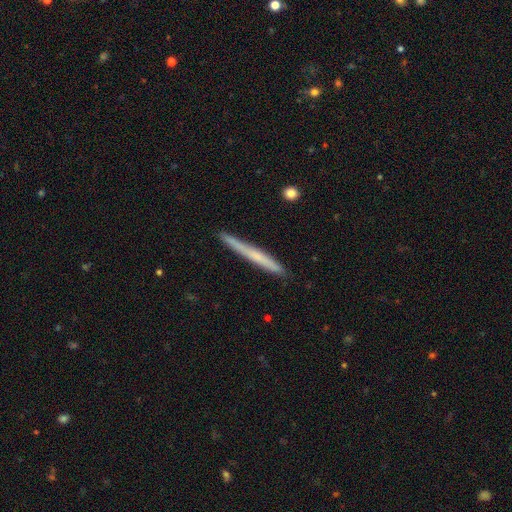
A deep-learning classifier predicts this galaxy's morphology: A featured or disk galaxy (48%). Merging: none (90%).